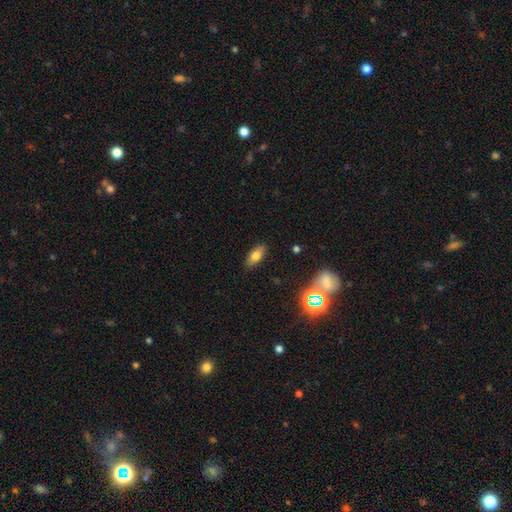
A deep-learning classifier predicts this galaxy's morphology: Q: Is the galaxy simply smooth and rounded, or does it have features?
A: smooth — 73%.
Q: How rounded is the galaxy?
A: in between — 84%.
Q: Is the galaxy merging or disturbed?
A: none — 87%.